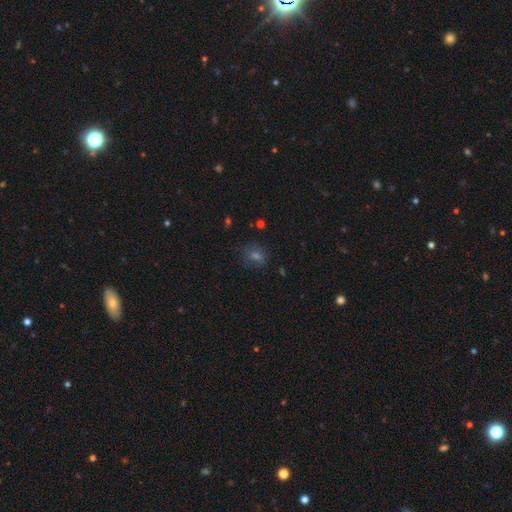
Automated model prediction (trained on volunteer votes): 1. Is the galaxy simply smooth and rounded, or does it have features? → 57% smooth, 28% star or artifact, 15% featured or disk.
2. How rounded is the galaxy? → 68% round, 31% in between, 1% cigar-shaped.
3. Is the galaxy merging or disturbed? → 78% none, 14% minor disturbance, 6% major disturbance, 2% merger.